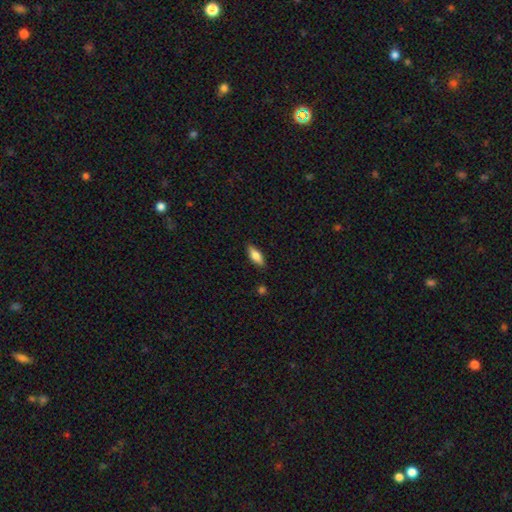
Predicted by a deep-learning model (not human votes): Smooth or featured?
  - smooth: 74% *
  - featured or disk: 19%
  - star or artifact: 7%
How rounded?
  - in between: 72% *
  - cigar-shaped: 26%
  - round: 2%
Merging?
  - none: 86% *
  - minor disturbance: 10%
  - major disturbance: 2%
  - merger: 1%